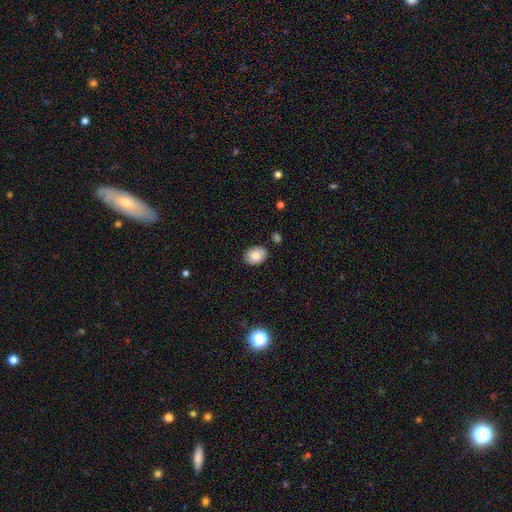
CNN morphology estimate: smooth 84%, featured or disk 8%, star or artifact 8%. Down the decision tree: how rounded — in between (72%); merging — none (85%).